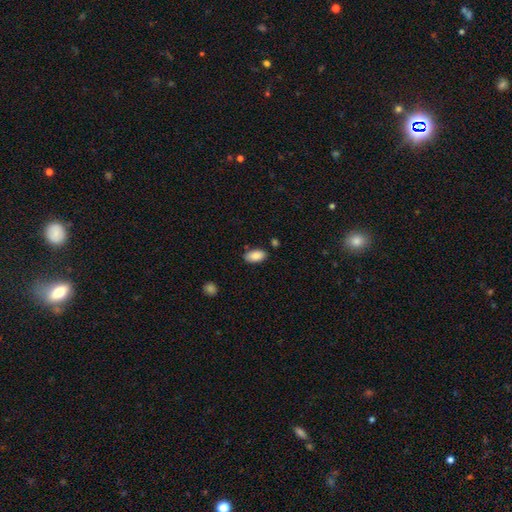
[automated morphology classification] Overall: smooth (88%). How rounded: in between (94%). Merging: none (83%).